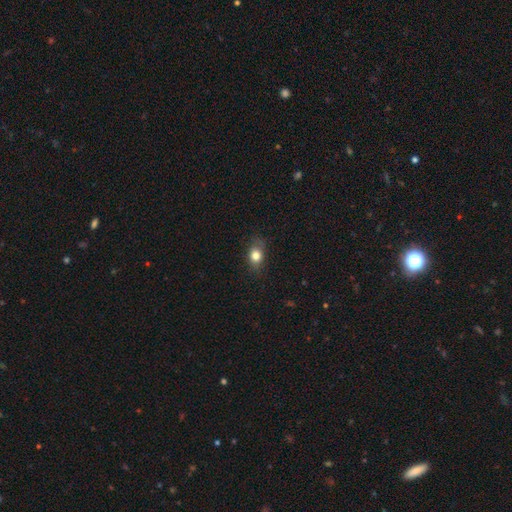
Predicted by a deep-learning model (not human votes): The model was most divided on "how rounded": in between: 64%, round: 33%, cigar-shaped: 3%. More confident: smooth or featured — smooth (80%); merging — none (77%).